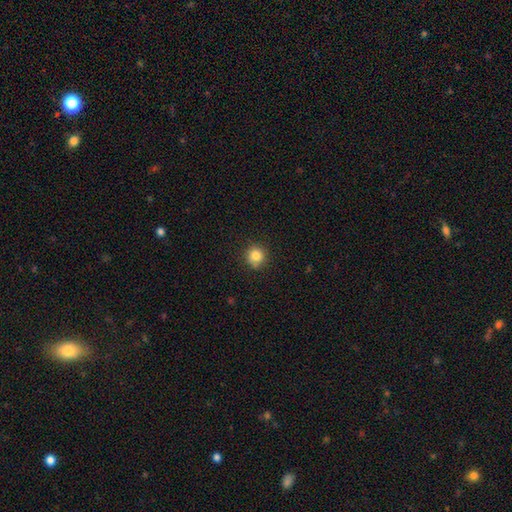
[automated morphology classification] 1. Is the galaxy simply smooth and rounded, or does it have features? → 83% smooth, 11% star or artifact, 6% featured or disk.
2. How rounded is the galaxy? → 92% round, 7% in between, 1% cigar-shaped.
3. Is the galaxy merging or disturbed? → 84% none, 12% minor disturbance, 2% major disturbance, 2% merger.